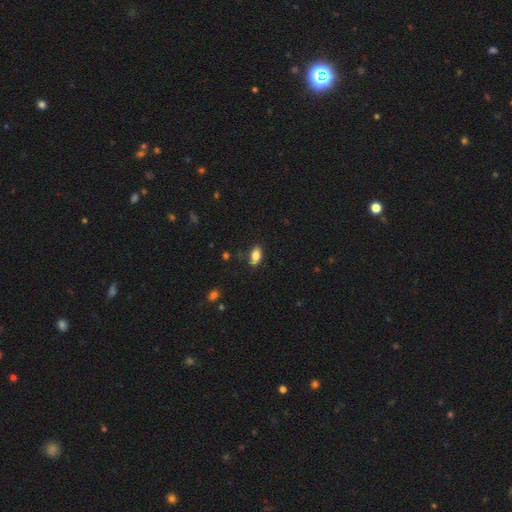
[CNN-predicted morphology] smooth-or-featured: smooth: 82% | featured or disk: 11% | star or artifact: 8%
  how-rounded: in between: 88% | cigar-shaped: 8% | round: 4%
  merging: none: 84% | minor disturbance: 12% | major disturbance: 2% | merger: 1%